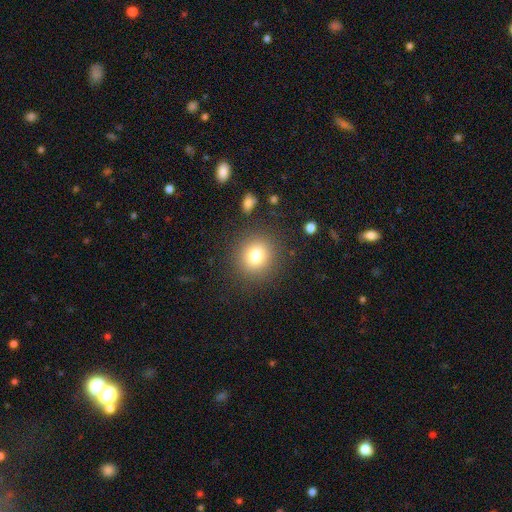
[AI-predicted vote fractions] This appears to be a smooth galaxy with no disk features (78%) that is round (88%). Merging: none (87%).